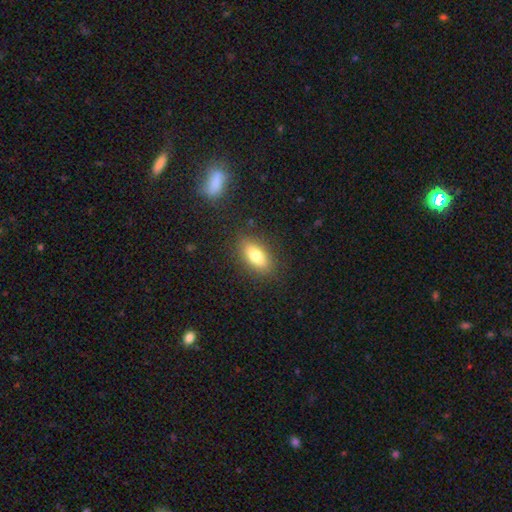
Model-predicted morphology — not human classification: Q: Smooth or featured?
A: smooth (79%); runner-up: featured or disk (13%)
Q: How rounded?
A: in between (86%); runner-up: cigar-shaped (10%)
Q: Merging?
A: none (86%); runner-up: minor disturbance (10%)